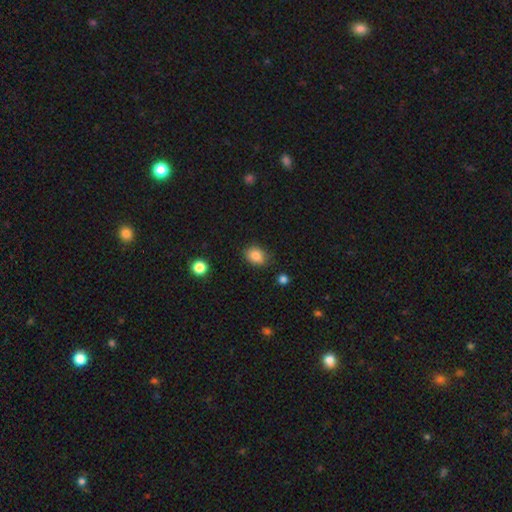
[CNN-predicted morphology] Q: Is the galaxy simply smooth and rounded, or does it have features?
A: smooth — 83%.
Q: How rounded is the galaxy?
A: in between — 56%.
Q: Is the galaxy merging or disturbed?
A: none — 79%.